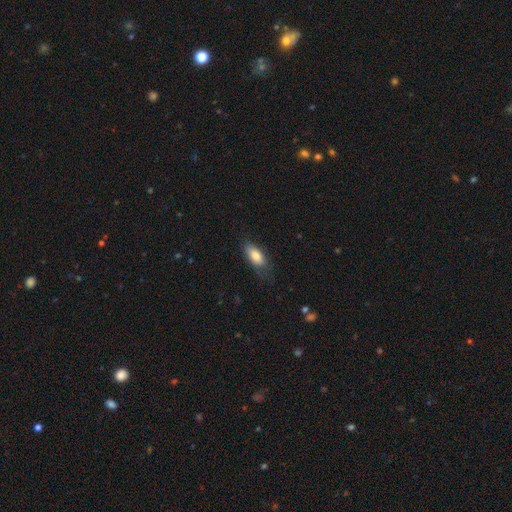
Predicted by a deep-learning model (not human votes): The model was most divided on "merging": none: 68%, minor disturbance: 23%, major disturbance: 8%, merger: 1%. More confident: how rounded — in between (83%); smooth or featured — smooth (80%).